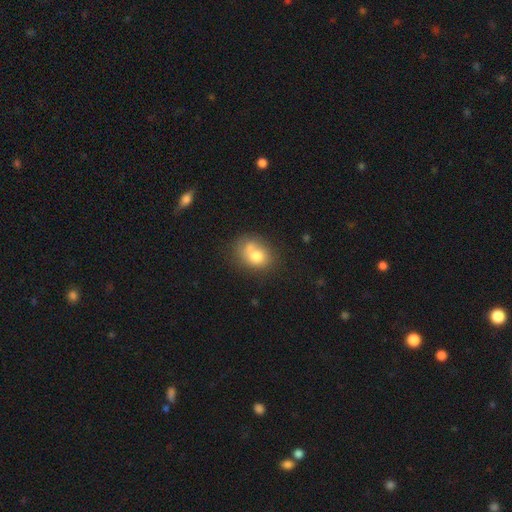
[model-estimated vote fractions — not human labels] A smooth galaxy with no disk features (72%) that is round (50%). Merging: none (41%).